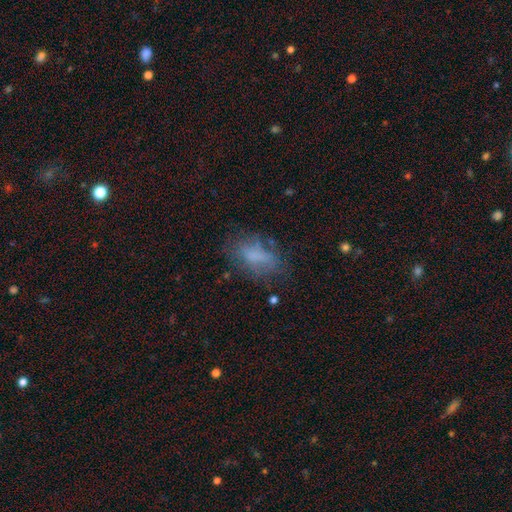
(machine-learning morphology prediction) Overall: smooth (62%; featured or disk 25%). How rounded: in between (87%). Merging: none (55%; minor disturbance 24%).